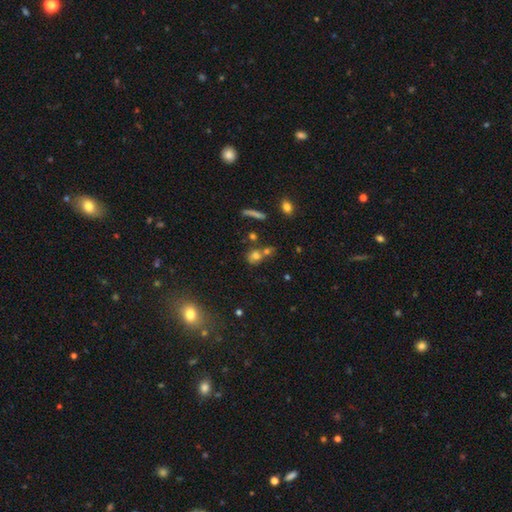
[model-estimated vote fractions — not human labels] This appears to be a smooth galaxy with no disk features (69%) that is round (69%). Merging: none (43%).